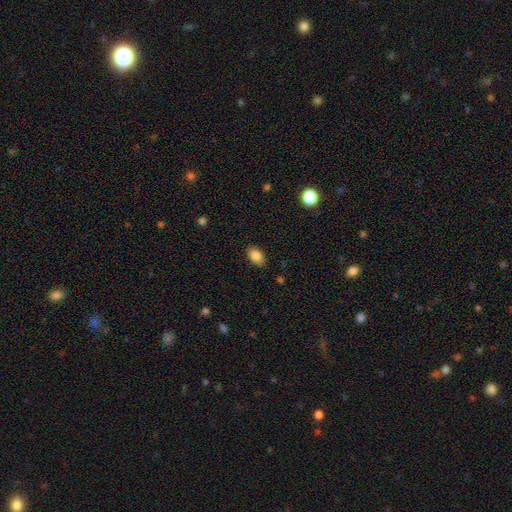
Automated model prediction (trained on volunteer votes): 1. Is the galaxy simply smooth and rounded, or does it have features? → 86% smooth, 8% star or artifact, 6% featured or disk.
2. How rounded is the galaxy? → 88% in between, 10% round, 1% cigar-shaped.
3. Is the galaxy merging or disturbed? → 87% none, 10% minor disturbance, 2% major disturbance, 1% merger.